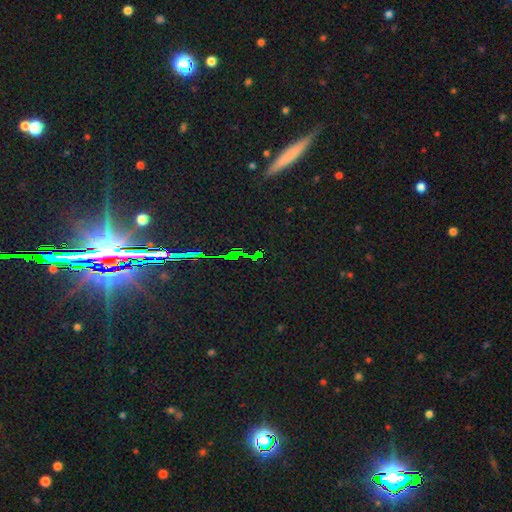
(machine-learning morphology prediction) Smooth or featured: star or artifact — 79% (smooth — 12%)